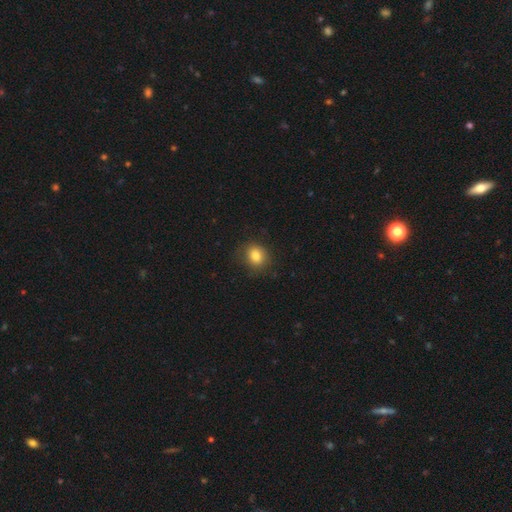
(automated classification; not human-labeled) smooth 81%, star or artifact 11%, featured or disk 8%. Down the decision tree: how rounded — round (67%); merging — none (81%).